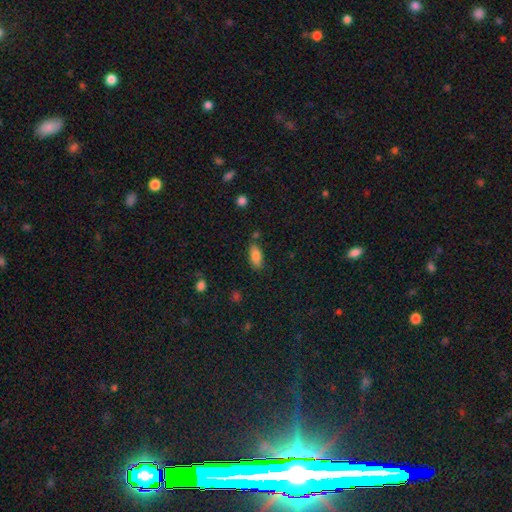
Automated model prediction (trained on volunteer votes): smooth 85%, star or artifact 8%, featured or disk 7%. Down the decision tree: how rounded — in between (85%); merging — none (77%).